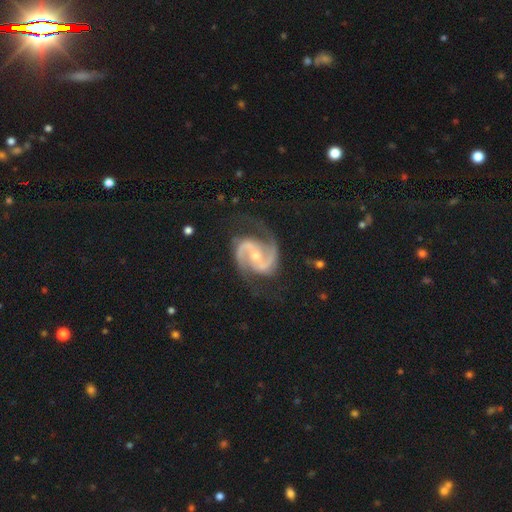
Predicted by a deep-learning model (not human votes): Smooth or featured? featured or disk (93%)
Edge-on disk? no (98%)
Bar? weak (40%)
Spiral arms? yes (99%)
Spiral winding? medium (63%)
Spiral arm count? 2 (93%)
Bulge size? moderate (53%)
Merging? none (74%)